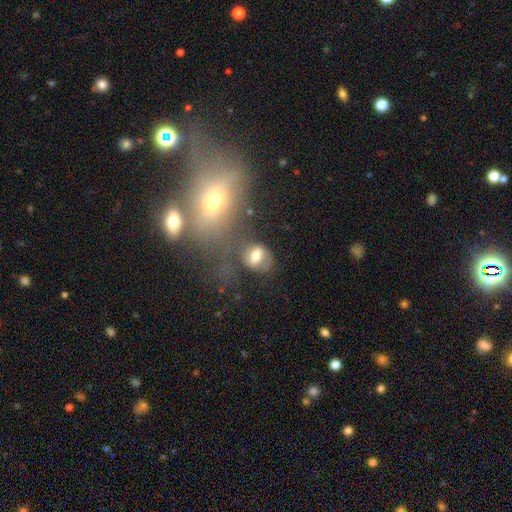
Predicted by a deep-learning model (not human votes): Smooth or featured? Predicted: smooth (p=0.62). How rounded? Predicted: in between (p=0.59). Merging? Predicted: none (p=0.48).